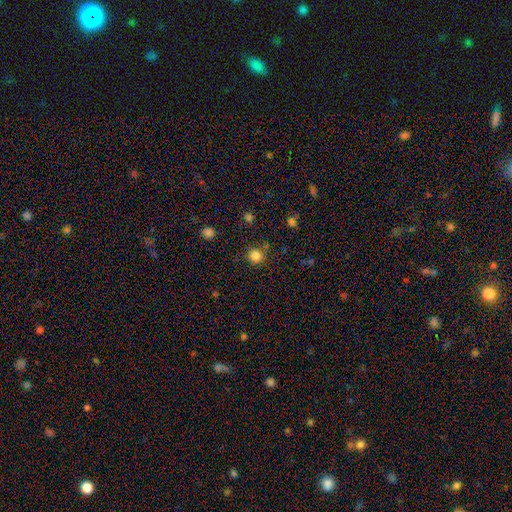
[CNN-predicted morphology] This is clearly a smooth galaxy (83%). How rounded: clearly round (93%). Merging: clearly none (84%).